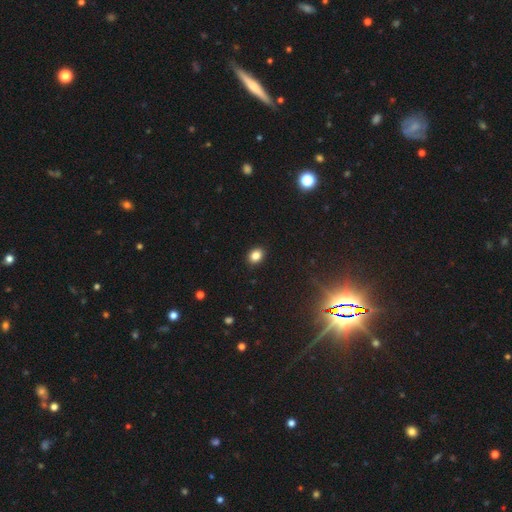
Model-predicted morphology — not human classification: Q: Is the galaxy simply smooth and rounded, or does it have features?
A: smooth — 84%.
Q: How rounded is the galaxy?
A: in between — 57%.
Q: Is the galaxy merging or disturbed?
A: none — 91%.